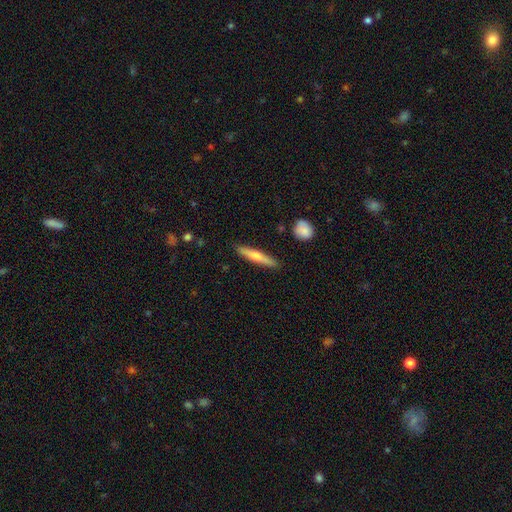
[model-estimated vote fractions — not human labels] Q: Smooth or featured?
A: smooth (54%); runner-up: featured or disk (40%)
Q: How rounded?
A: cigar-shaped (92%); runner-up: in between (7%)
Q: Merging?
A: none (89%); runner-up: minor disturbance (7%)